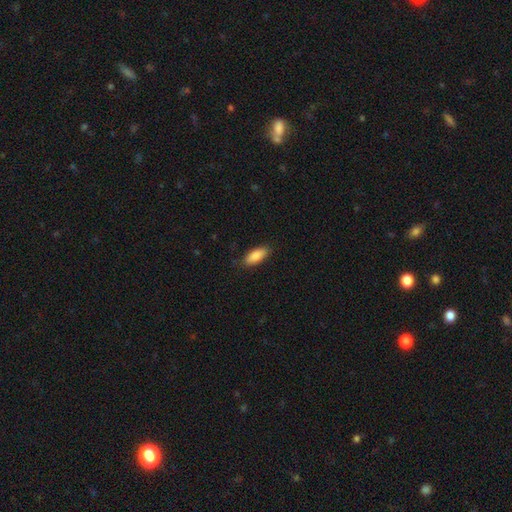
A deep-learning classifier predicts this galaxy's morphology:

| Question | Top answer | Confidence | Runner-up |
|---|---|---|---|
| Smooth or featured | smooth | 87% | featured or disk (7%) |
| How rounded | in between | 80% | cigar-shaped (18%) |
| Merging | none | 86% | minor disturbance (11%) |